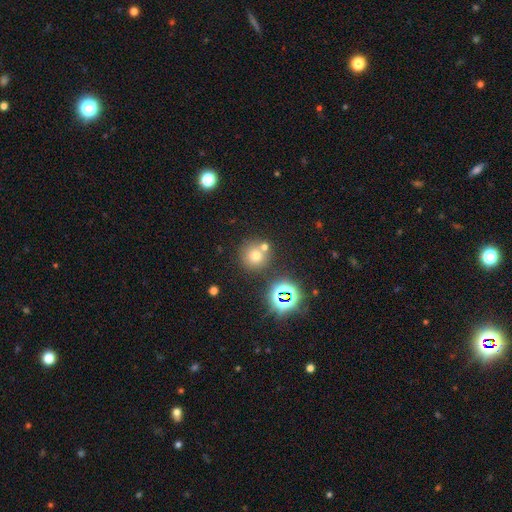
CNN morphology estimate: smooth-or-featured: smooth: 63% | star or artifact: 24% | featured or disk: 13%
  how-rounded: round: 92% | in between: 7% | cigar-shaped: 1%
  merging: none: 65% | merger: 23% | minor disturbance: 8% | major disturbance: 4%